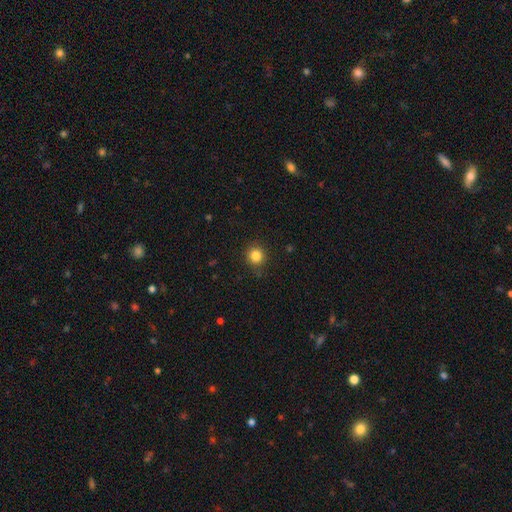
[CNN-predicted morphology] smooth 84%, star or artifact 12%, featured or disk 4%. Down the decision tree: how rounded — round (92%); merging — none (88%).